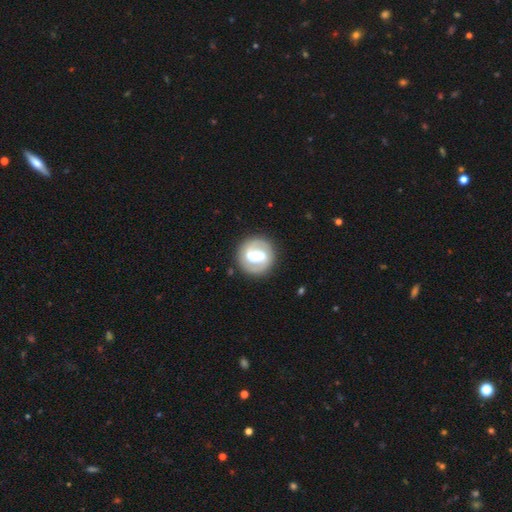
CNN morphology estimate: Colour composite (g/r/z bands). It shows a featured or disk galaxy (78%) with a strong bar (44%), 2 (87%) tight (42%, tied with medium) spiral arms (86%) and a moderate central bulge (60%). Merging: none (85%).